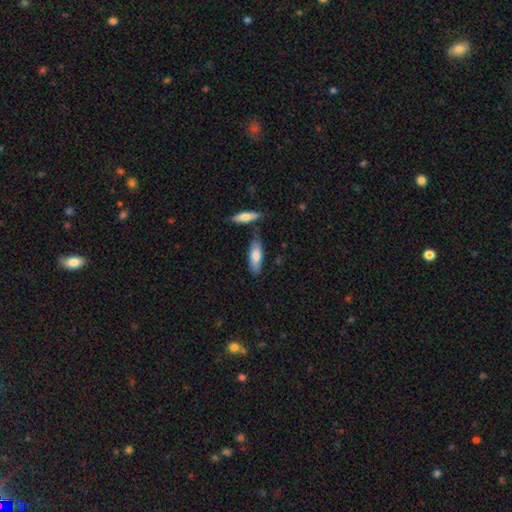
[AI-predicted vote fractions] Overall: smooth (75%). How rounded: in between (52%; cigar-shaped 46%). Merging: none (70%).